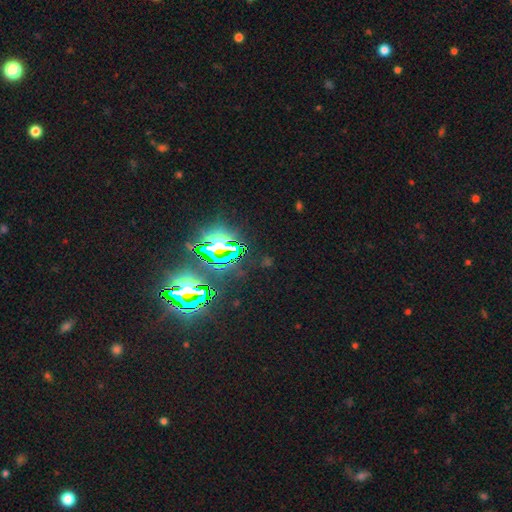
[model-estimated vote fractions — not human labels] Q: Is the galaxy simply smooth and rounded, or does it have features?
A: star or artifact — 83%.